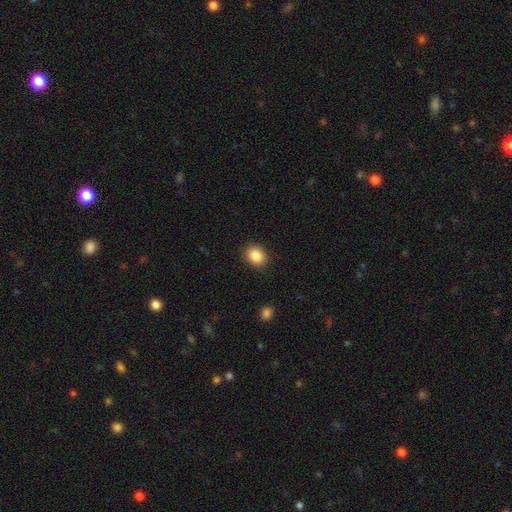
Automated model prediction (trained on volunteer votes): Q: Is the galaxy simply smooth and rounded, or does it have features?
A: smooth — 86%.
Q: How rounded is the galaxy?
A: round — 54%.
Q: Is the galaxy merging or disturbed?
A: none — 89%.